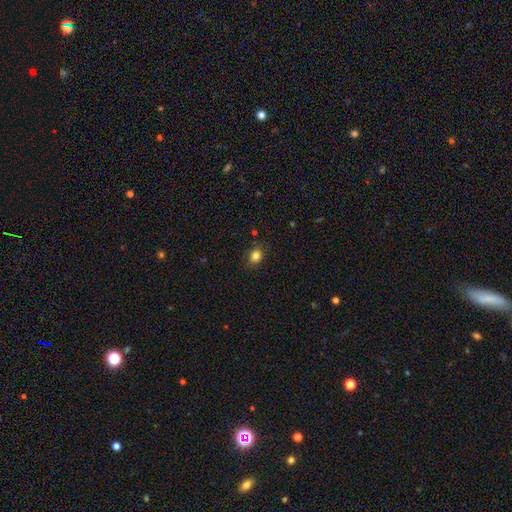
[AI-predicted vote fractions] Smooth or featured? Predicted: smooth (p=0.83). How rounded? Predicted: round (p=0.60). Merging? Predicted: none (p=0.82).